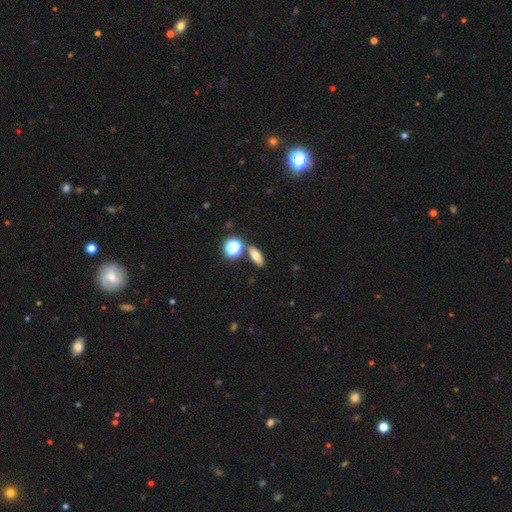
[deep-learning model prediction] Smooth or featured? Predicted: smooth (p=0.72). How rounded? Predicted: in between (p=0.67). Merging? Predicted: none (p=0.79).